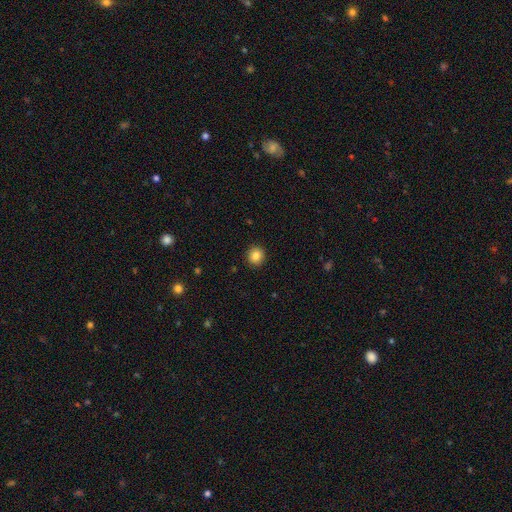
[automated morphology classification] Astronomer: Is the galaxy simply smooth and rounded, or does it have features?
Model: smooth — 86%.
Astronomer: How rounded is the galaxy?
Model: round — 91%.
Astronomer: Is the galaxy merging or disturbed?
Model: none — 92%.